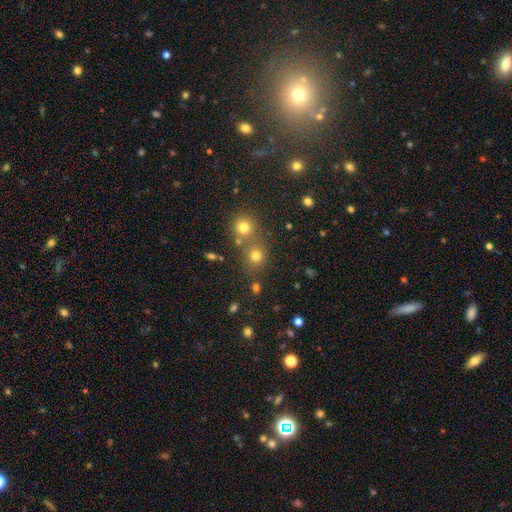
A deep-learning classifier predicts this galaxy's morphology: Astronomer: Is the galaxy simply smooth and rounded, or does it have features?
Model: smooth — 75%.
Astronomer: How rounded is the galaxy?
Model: round — 81%.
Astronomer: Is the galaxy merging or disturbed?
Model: none — 56% (runner-up: merger, 32%).